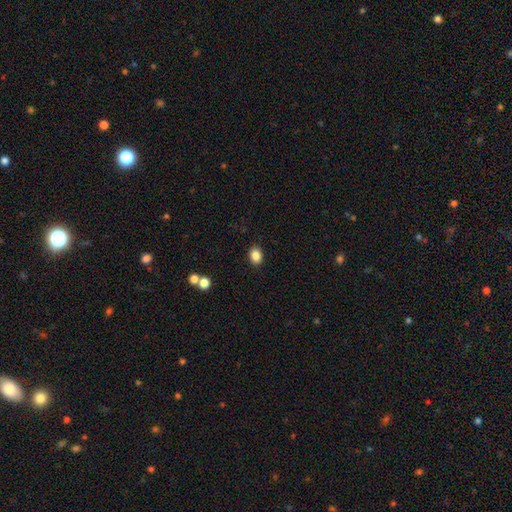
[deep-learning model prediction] Smooth or featured? Predicted: smooth (p=0.85). How rounded? Predicted: in between (p=0.65). Merging? Predicted: none (p=0.89).